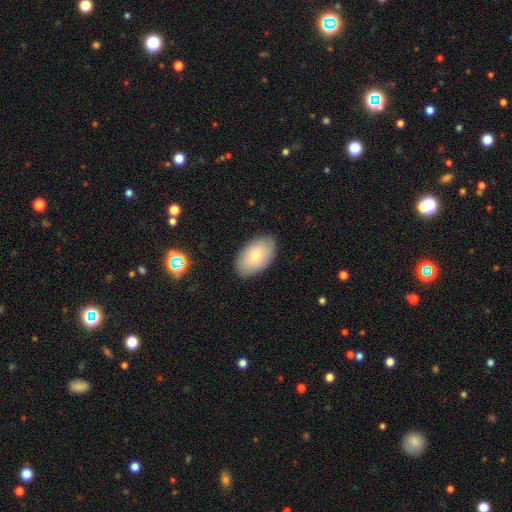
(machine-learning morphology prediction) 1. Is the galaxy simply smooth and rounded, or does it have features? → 73% smooth, 21% featured or disk, 7% star or artifact.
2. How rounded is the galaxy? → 93% in between, 6% round, 1% cigar-shaped.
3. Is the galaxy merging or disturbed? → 85% none, 11% minor disturbance, 2% major disturbance, 1% merger.